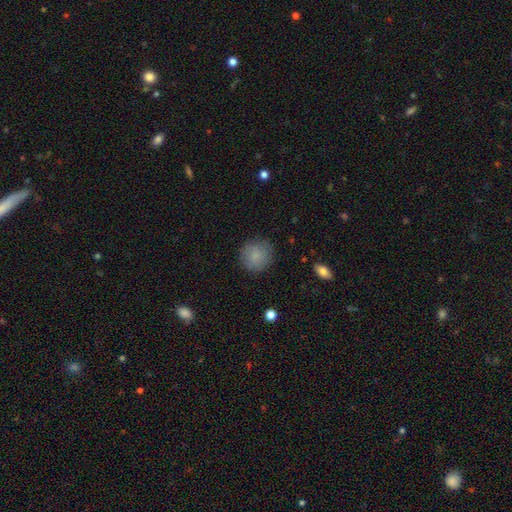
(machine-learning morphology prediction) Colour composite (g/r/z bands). It shows a smooth galaxy with no disk features (85%) that is round (92%). Merging: none (84%).